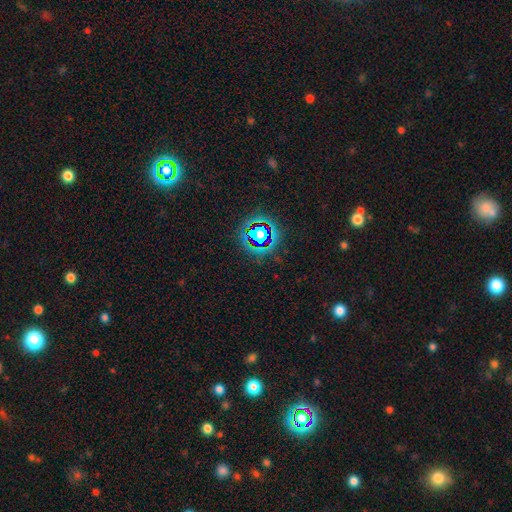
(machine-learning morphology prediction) A star or artifact, not a galaxy (79%).

Vote fractions:
- Smooth or featured? star or artifact: 79% / smooth: 13% / featured or disk: 8%